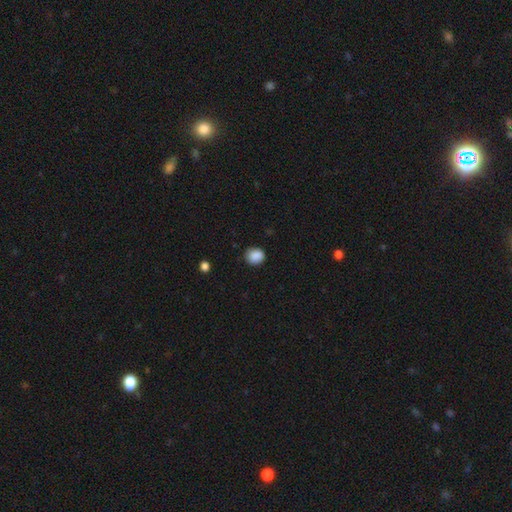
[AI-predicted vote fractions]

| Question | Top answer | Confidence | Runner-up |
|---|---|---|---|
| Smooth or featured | smooth | 88% | star or artifact (9%) |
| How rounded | round | 78% | in between (21%) |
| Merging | none | 84% | minor disturbance (13%) |